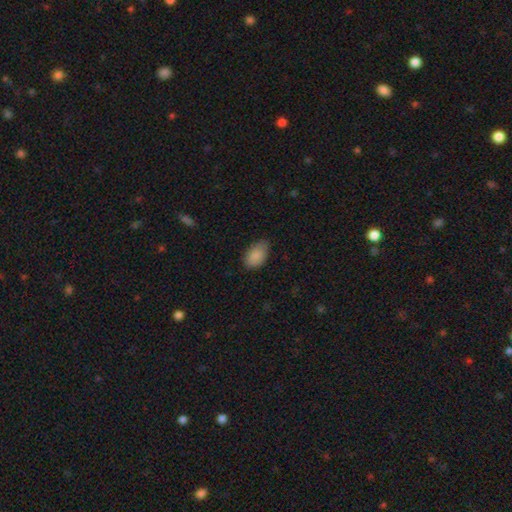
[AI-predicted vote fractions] This is clearly a smooth galaxy (88%). How rounded: clearly in between (92%). Merging: likely none (70%).